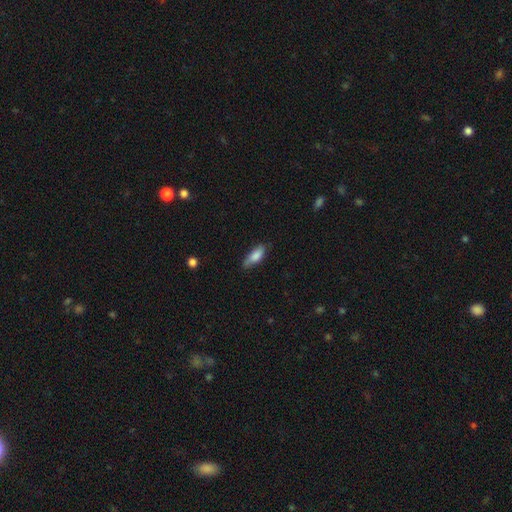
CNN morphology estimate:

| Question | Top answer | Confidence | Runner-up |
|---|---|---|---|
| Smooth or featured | smooth | 79% | featured or disk (14%) |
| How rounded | in between | 64% | cigar-shaped (34%) |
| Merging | none | 70% | minor disturbance (25%) |